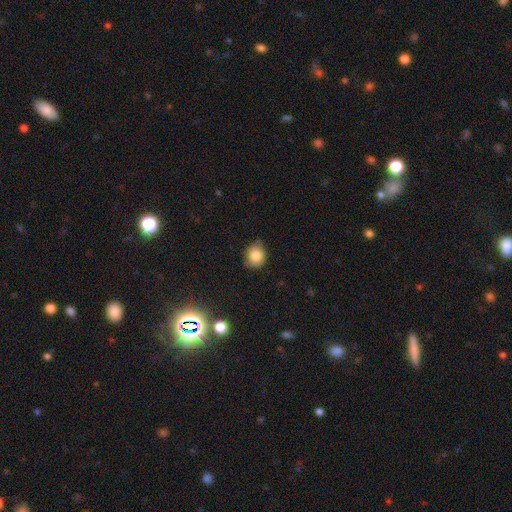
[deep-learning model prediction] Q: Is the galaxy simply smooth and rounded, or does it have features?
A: smooth — 80%.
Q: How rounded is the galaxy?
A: round — 63%.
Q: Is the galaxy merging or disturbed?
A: none — 70%.